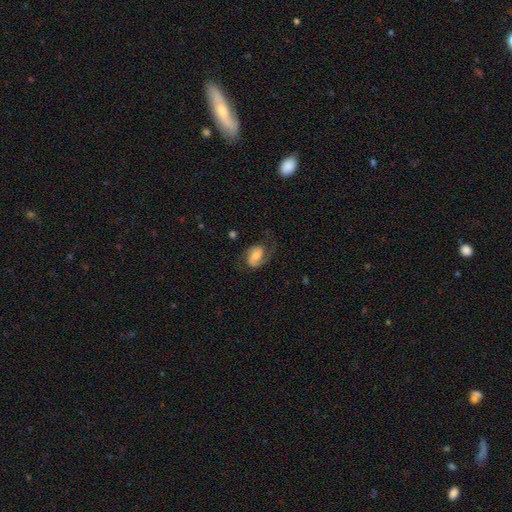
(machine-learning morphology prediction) This is likely a featured or disk galaxy (71%). It is clearly not viewed edge-on (97%). Bar: possibly no (51%). Spiral arm pattern: clearly yes (94%). Spiral arm count: likely 2 (71%). Spiral winding: possibly medium (47%). Central bulge: possibly moderate (54%). Merging: likely none (60%).